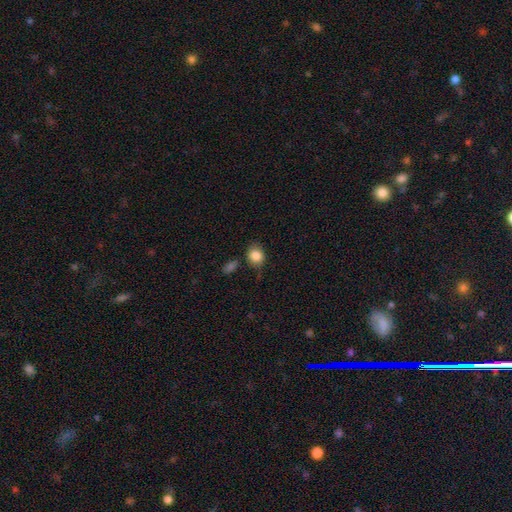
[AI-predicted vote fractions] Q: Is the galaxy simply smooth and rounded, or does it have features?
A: smooth — 85%.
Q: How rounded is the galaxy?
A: round — 62%.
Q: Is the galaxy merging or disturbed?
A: none — 71%.